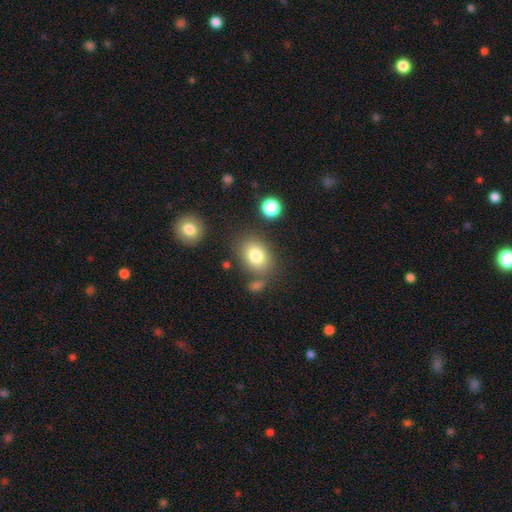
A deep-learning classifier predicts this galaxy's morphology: Q: Smooth or featured?
A: smooth (80%); runner-up: featured or disk (11%)
Q: How rounded?
A: in between (68%); runner-up: round (31%)
Q: Merging?
A: none (70%); runner-up: minor disturbance (14%)